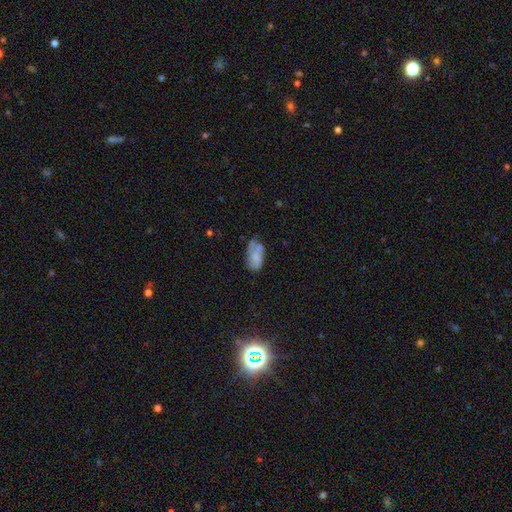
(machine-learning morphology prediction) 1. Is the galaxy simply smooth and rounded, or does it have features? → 59% smooth, 31% featured or disk, 9% star or artifact.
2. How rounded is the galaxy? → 92% in between, 5% round, 3% cigar-shaped.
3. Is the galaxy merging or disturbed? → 47% none, 33% minor disturbance, 14% major disturbance, 6% merger.